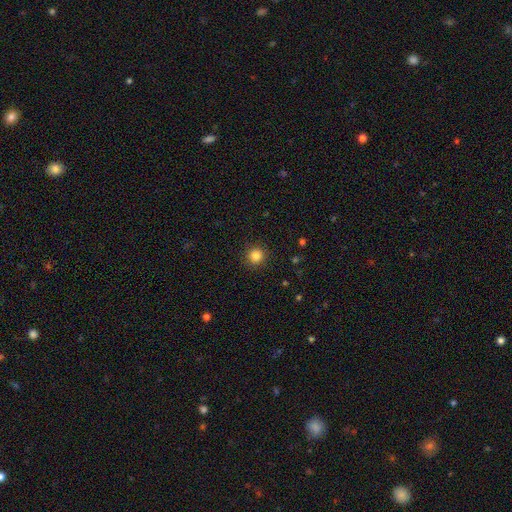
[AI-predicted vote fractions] A smooth galaxy with no disk features (83%) that is round (94%).

Vote fractions:
- Smooth or featured? smooth: 83% / star or artifact: 12% / featured or disk: 5%
- How rounded? round: 94% / in between: 5% / cigar-shaped: 1%
- Merging? none: 91% / minor disturbance: 6% / major disturbance: 2% / merger: 1%